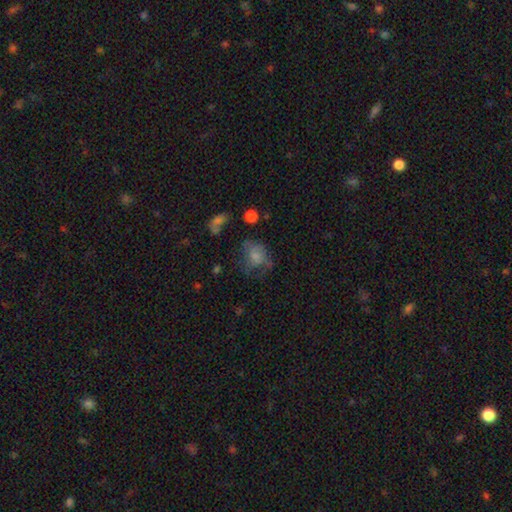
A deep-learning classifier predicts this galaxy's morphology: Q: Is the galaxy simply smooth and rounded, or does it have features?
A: smooth — 65%.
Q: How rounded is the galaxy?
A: in between — 51%.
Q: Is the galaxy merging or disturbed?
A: none — 39%.